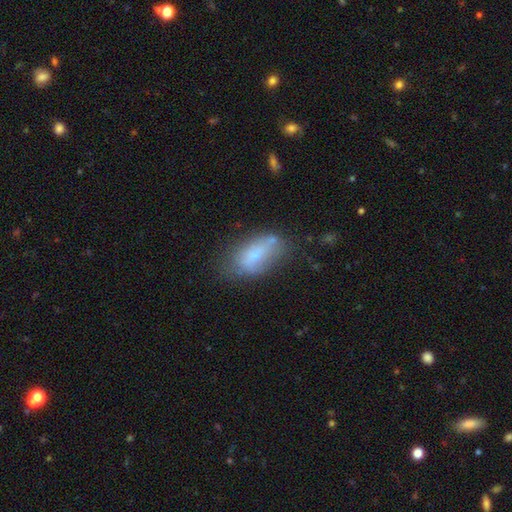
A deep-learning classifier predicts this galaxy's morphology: Smooth or featured? smooth (53%)
How rounded? in between (86%)
Merging? none (45%)